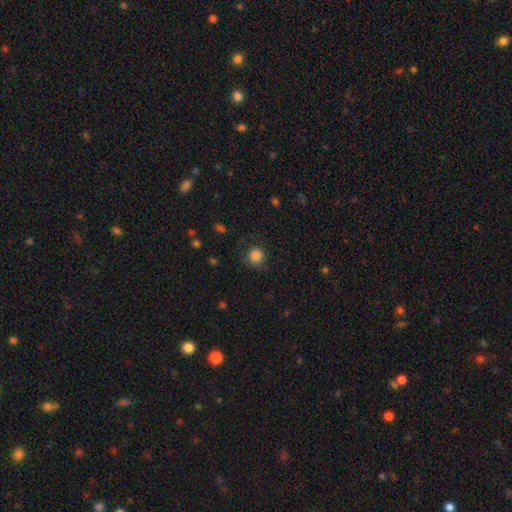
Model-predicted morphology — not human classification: smooth-or-featured: smooth: 85% | star or artifact: 11% | featured or disk: 5%
  how-rounded: round: 93% | in between: 6% | cigar-shaped: 1%
  merging: none: 83% | minor disturbance: 12% | major disturbance: 4% | merger: 1%